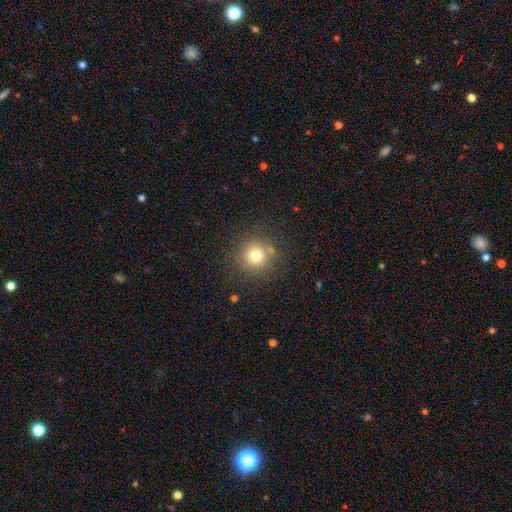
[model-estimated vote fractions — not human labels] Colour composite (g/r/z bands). It shows a smooth galaxy with no disk features (75%) that is round (94%). Merging: none (82%).